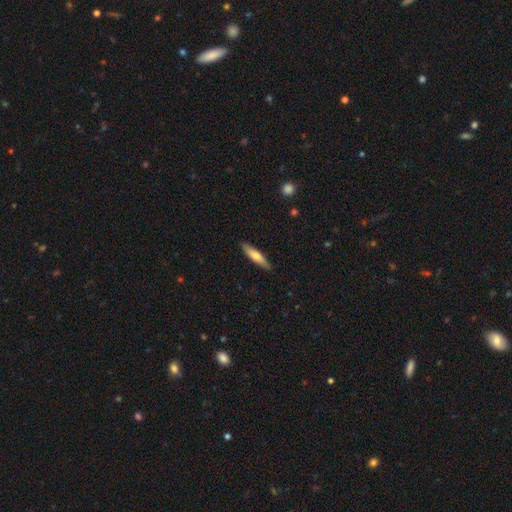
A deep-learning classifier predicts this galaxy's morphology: The model was most divided on "smooth or featured": smooth: 68%, featured or disk: 27%, star or artifact: 5%. More confident: merging — none (89%); how rounded — cigar-shaped (81%).